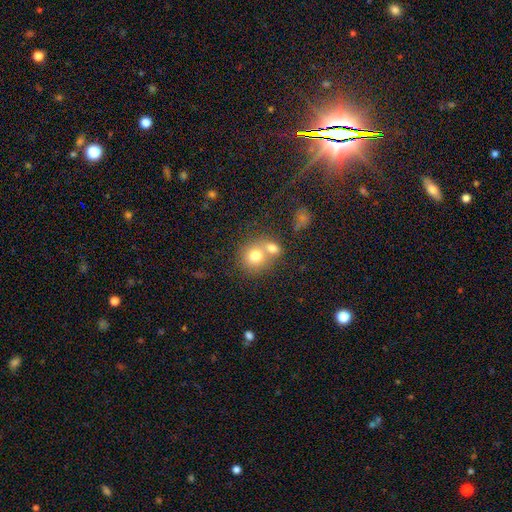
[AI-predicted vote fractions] smooth 75%, featured or disk 15%, star or artifact 10%. Down the decision tree: how rounded — round (78%); merging — merger (53%).